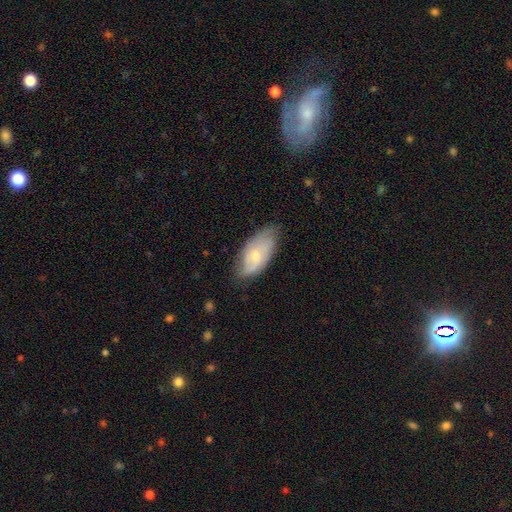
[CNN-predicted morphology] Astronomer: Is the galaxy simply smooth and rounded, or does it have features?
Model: smooth — 47% (runner-up: featured or disk, 46%).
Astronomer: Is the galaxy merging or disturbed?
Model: none — 61%.